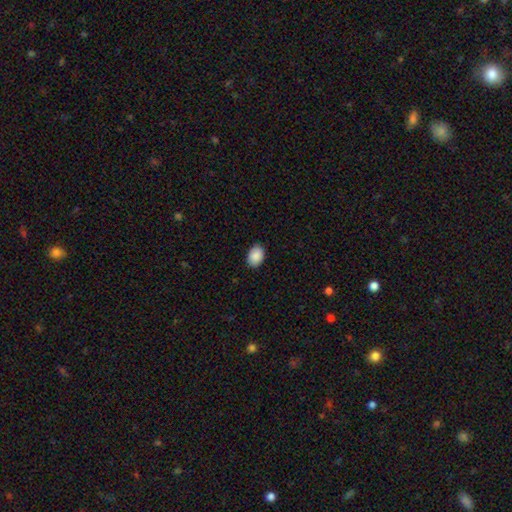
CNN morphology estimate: type=smooth (90%); roundness=in between (81%); merging=none (89%).